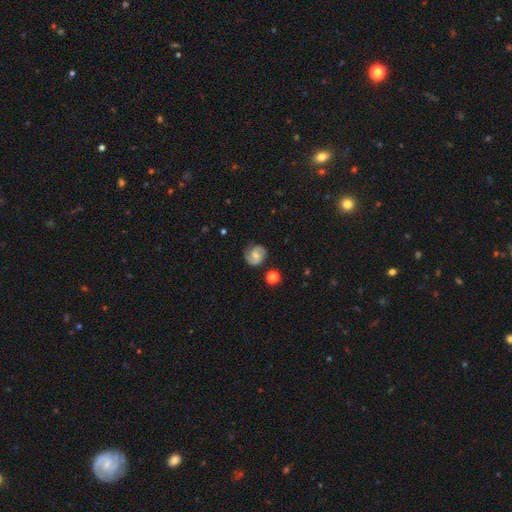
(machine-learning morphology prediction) smooth-or-featured: featured or disk: 70% | smooth: 22% | star or artifact: 8%
  disk-edge-on: no: 98% | yes: 2%
    bar: no: 53% | weak: 39% | strong: 8%
    has-spiral-arms: yes: 94% | no: 6%
      spiral-winding: medium: 46% | tight: 39% | loose: 15%
      spiral-arm-count: 2: 86% | can't tell: 7% | 1: 3% | 3: 2% | 4: 1% | more than 4: 1%
    bulge-size: moderate: 45% | small: 43% | none: 8% | large: 3% | dominant: 1%
  merging: none: 79% | minor disturbance: 15% | major disturbance: 4% | merger: 2%